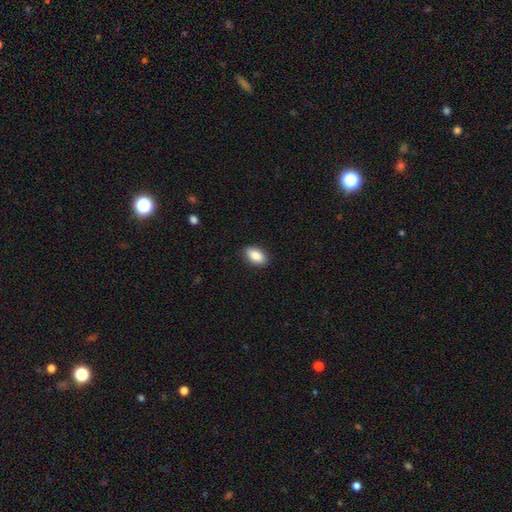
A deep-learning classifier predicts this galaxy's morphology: A smooth galaxy with no disk features (88%) that is in between round and cigar-shaped (93%).

Vote fractions:
- Smooth or featured? smooth: 88% / star or artifact: 7% / featured or disk: 5%
- How rounded? in between: 93% / round: 4% / cigar-shaped: 3%
- Merging? none: 89% / minor disturbance: 8% / major disturbance: 2% / merger: 1%